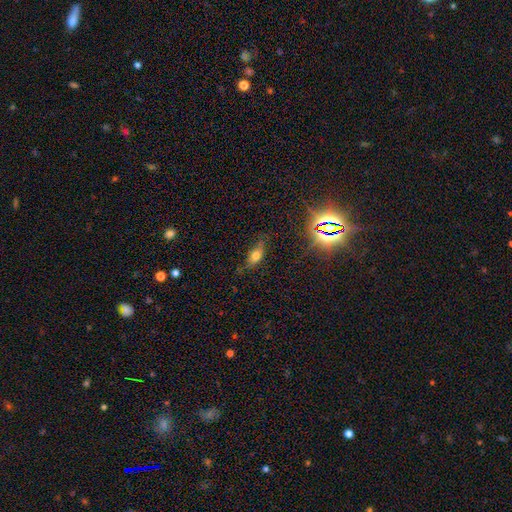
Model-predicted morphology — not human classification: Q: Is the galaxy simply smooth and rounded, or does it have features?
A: smooth — 55%.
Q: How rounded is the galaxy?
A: in between — 71%.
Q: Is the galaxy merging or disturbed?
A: none — 64%.